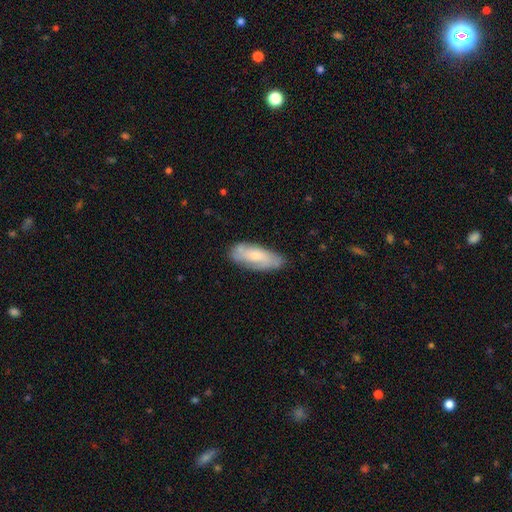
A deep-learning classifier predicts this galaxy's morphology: Q: Smooth or featured?
A: smooth (51%); runner-up: featured or disk (42%)
Q: How rounded?
A: in between (74%); runner-up: cigar-shaped (23%)
Q: Merging?
A: none (74%); runner-up: minor disturbance (20%)